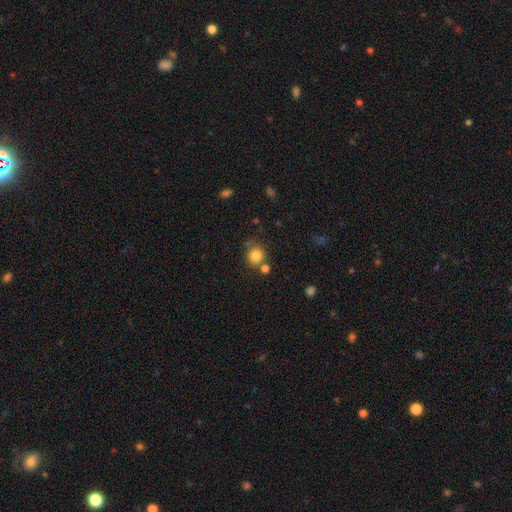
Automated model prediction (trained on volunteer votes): A smooth galaxy with no disk features (83%) that is round (87%). Merging: none (67%).